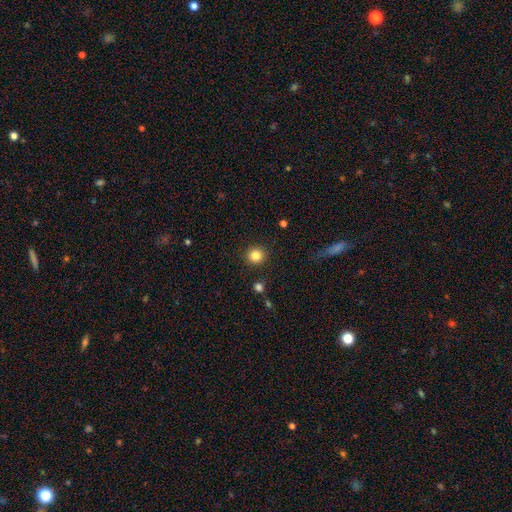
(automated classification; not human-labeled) The model was most divided on "smooth or featured": smooth: 83%, star or artifact: 11%, featured or disk: 5%. More confident: how rounded — round (92%); merging — none (91%).